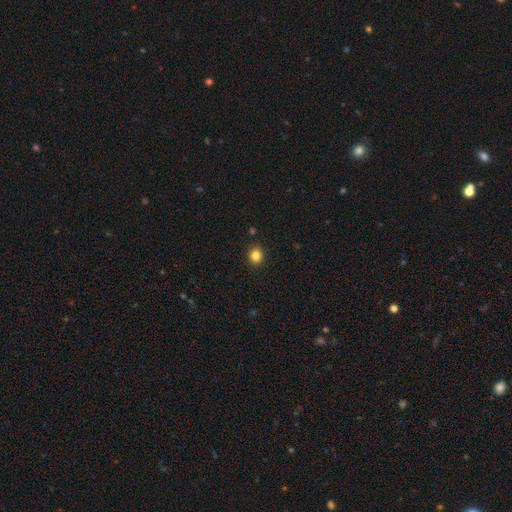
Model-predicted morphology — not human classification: Smooth or featured?
  - smooth: 83% *
  - star or artifact: 12%
  - featured or disk: 5%
How rounded?
  - round: 73% *
  - in between: 26%
  - cigar-shaped: 1%
Merging?
  - none: 91% *
  - minor disturbance: 6%
  - major disturbance: 2%
  - merger: 1%